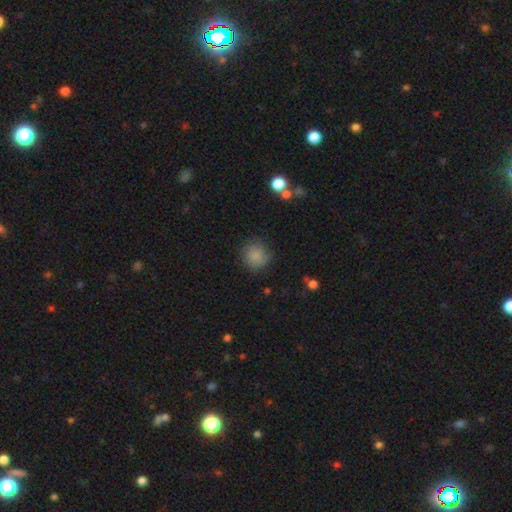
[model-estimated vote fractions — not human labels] Smooth or featured? smooth (83%)
How rounded? round (91%)
Merging? none (76%)